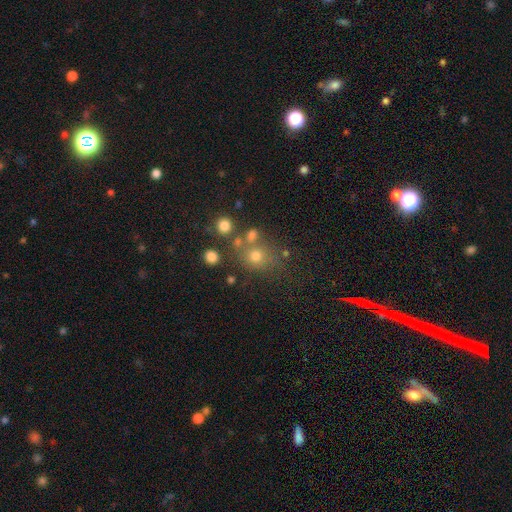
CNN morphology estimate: Smooth or featured? smooth (63%)
How rounded? round (79%)
Merging? none (64%)